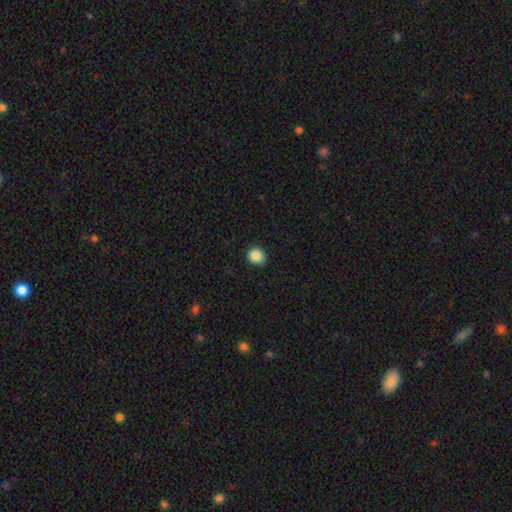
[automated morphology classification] Smooth or featured?
  - smooth: 88% *
  - star or artifact: 9%
  - featured or disk: 3%
How rounded?
  - round: 73% *
  - in between: 26%
  - cigar-shaped: 1%
Merging?
  - none: 86% *
  - minor disturbance: 11%
  - major disturbance: 2%
  - merger: 1%